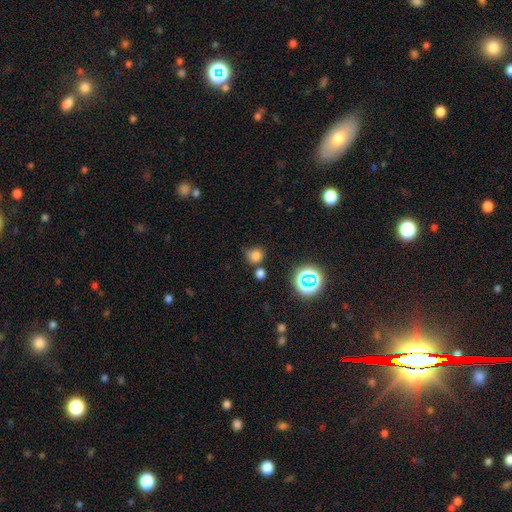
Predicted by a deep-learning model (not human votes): A smooth galaxy with no disk features (73%) that is round (81%).

Vote fractions:
- Smooth or featured? smooth: 73% / star or artifact: 20% / featured or disk: 7%
- How rounded? round: 81% / in between: 18% / cigar-shaped: 1%
- Merging? none: 61% / minor disturbance: 18% / merger: 15% / major disturbance: 6%